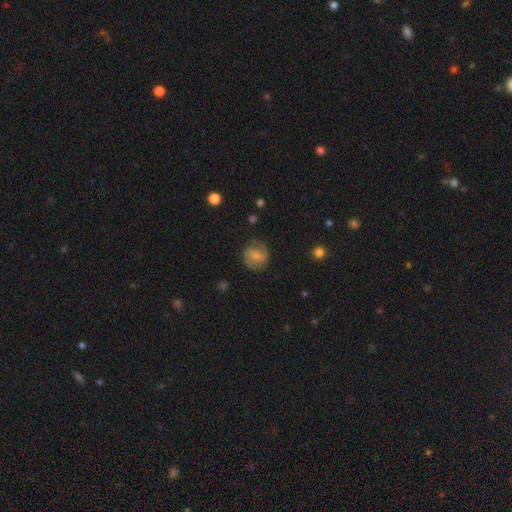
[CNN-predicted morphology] Q: Smooth or featured?
A: smooth (49%); runner-up: featured or disk (43%)
Q: Merging?
A: none (77%); runner-up: minor disturbance (15%)